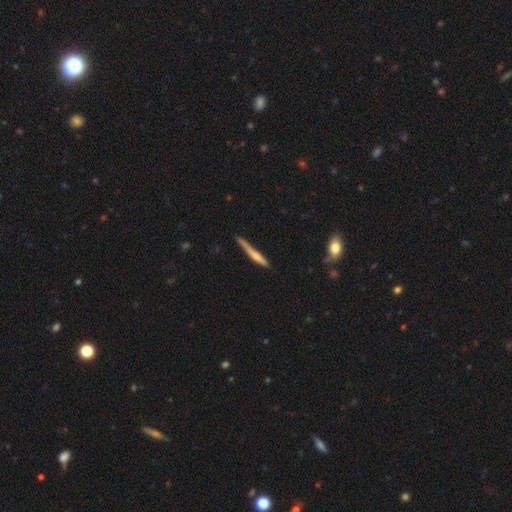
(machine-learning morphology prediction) Smooth or featured? smooth (48%)
Merging? none (69%)